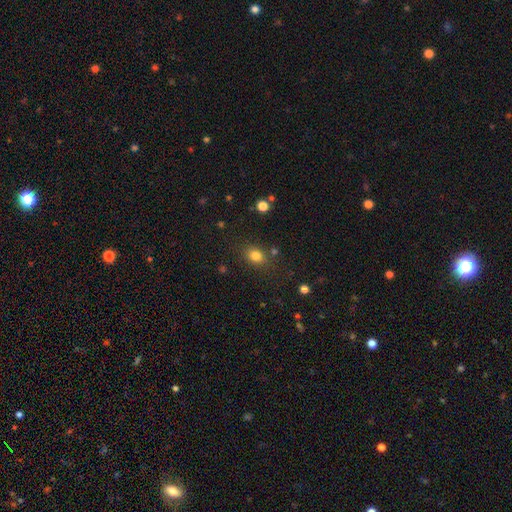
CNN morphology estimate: Smooth or featured? smooth (81%)
How rounded? in between (50%)
Merging? none (78%)